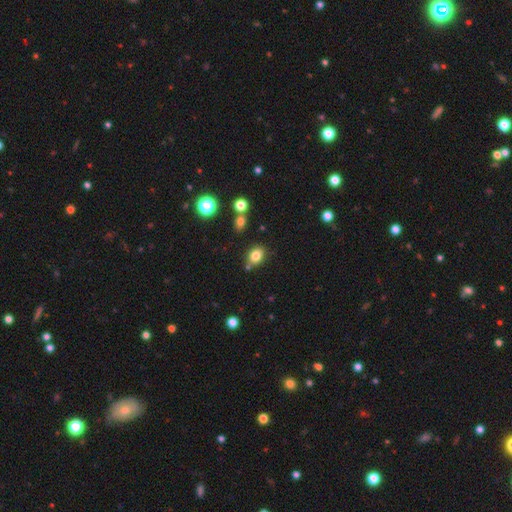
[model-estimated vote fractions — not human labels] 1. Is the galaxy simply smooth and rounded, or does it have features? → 81% smooth, 12% star or artifact, 7% featured or disk.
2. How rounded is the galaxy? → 56% in between, 43% round, 1% cigar-shaped.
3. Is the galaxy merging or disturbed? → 77% none, 13% minor disturbance, 7% merger, 3% major disturbance.